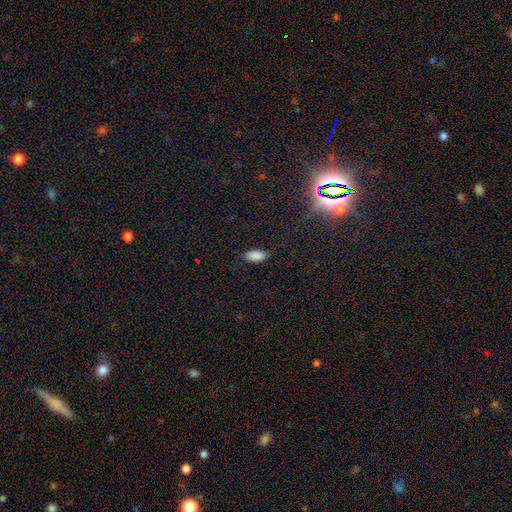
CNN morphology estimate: Smooth or featured? smooth (86%)
How rounded? in between (90%)
Merging? none (84%)